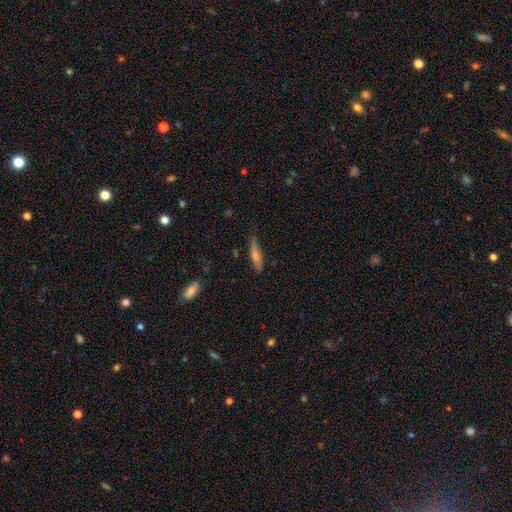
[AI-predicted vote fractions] A smooth galaxy with no disk features (57%) that is cigar-shaped (85%).

Vote fractions:
- Smooth or featured? smooth: 57% / featured or disk: 36% / star or artifact: 8%
- How rounded? cigar-shaped: 85% / in between: 14% / round: 2%
- Merging? none: 79% / minor disturbance: 17% / major disturbance: 3% / merger: 2%